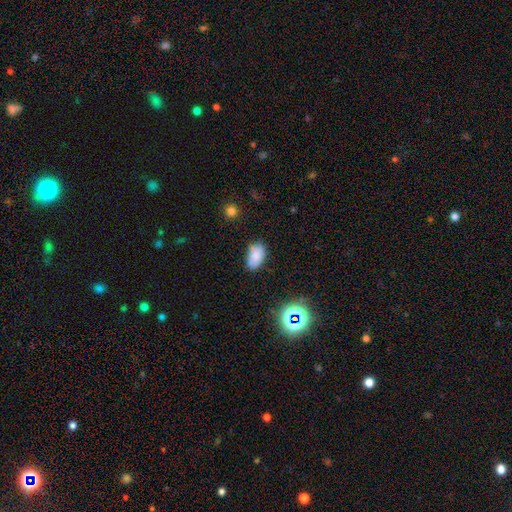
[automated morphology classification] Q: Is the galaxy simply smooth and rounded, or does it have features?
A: smooth — 78%.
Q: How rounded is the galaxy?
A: in between — 92%.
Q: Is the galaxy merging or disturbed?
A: none — 69%.